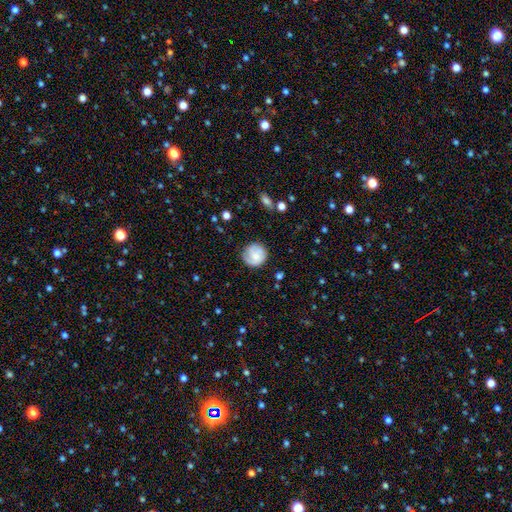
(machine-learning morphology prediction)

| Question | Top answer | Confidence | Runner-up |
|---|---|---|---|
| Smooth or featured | smooth | 62% | featured or disk (31%) |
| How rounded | round | 91% | in between (8%) |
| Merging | none | 73% | minor disturbance (19%) |